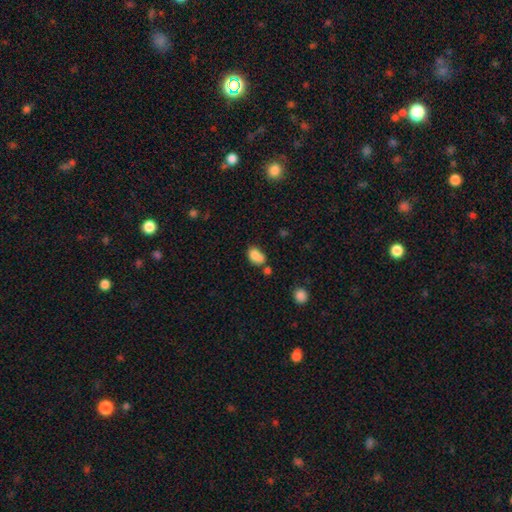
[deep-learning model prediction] smooth-or-featured: smooth: 79% | featured or disk: 11% | star or artifact: 10%
  how-rounded: in between: 75% | round: 24% | cigar-shaped: 1%
  merging: none: 37% | merger: 36% | minor disturbance: 19% | major disturbance: 8%